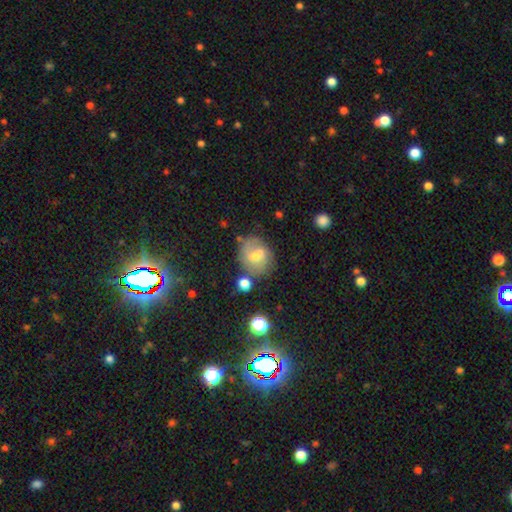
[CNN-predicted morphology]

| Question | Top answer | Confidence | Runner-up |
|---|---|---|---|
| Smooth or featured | smooth | 46% | featured or disk (44%) |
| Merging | none | 58% | minor disturbance (20%) |